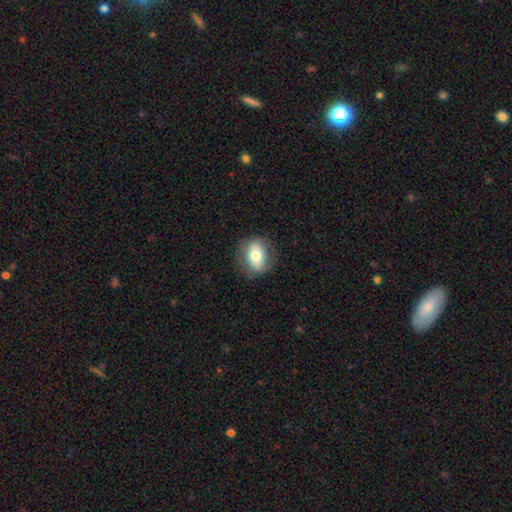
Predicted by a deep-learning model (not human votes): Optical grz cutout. It shows a smooth galaxy with no disk features (67%) that is in between round and cigar-shaped (73%). Merging: none (79%).